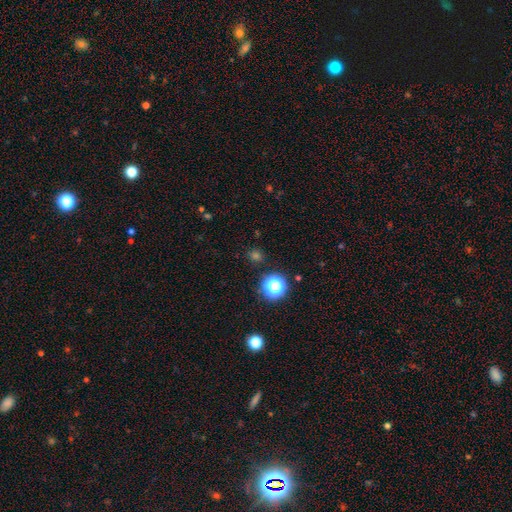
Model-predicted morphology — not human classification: A smooth galaxy with no disk features (51%) that is round (90%). Merging: none (86%).